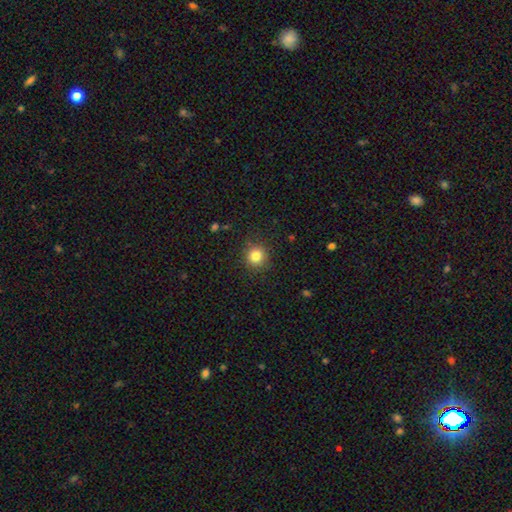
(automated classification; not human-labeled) This is clearly a smooth galaxy (83%). How rounded: clearly round (92%). Merging: clearly none (89%).